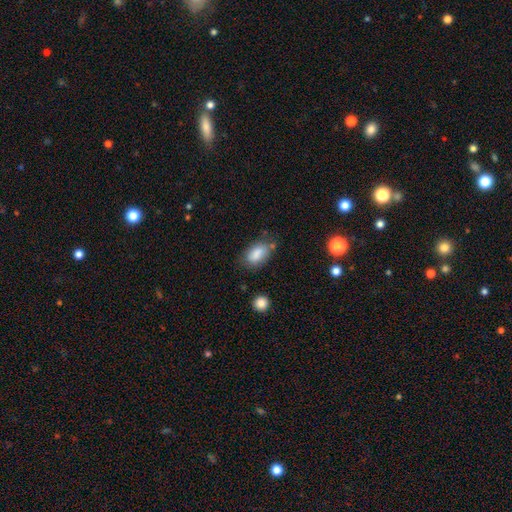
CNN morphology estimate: The model was most divided on "merging": none: 67%, minor disturbance: 21%, merger: 6%, major disturbance: 6%. More confident: how rounded — in between (90%); smooth or featured — smooth (84%).